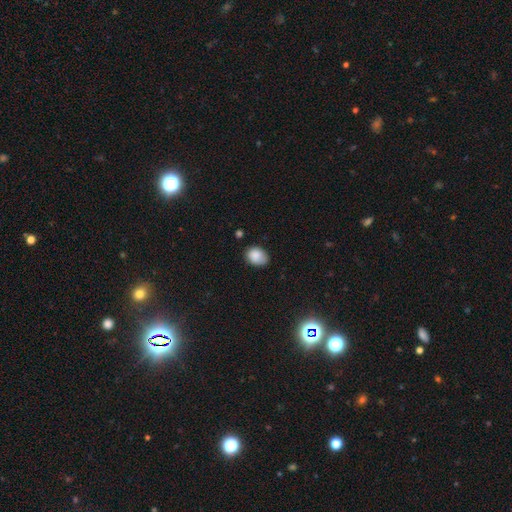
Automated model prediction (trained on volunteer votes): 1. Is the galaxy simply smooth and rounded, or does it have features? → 86% smooth, 8% star or artifact, 6% featured or disk.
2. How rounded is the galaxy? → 68% in between, 31% round, 1% cigar-shaped.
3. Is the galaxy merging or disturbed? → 64% none, 29% minor disturbance, 5% major disturbance, 2% merger.